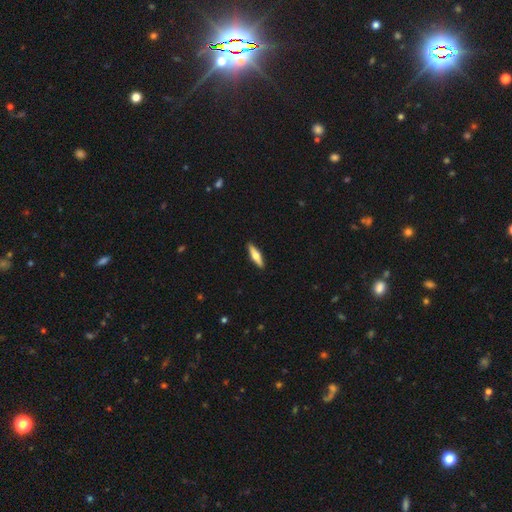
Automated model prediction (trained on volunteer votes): A smooth galaxy with no disk features (49%). Merging: none (91%).